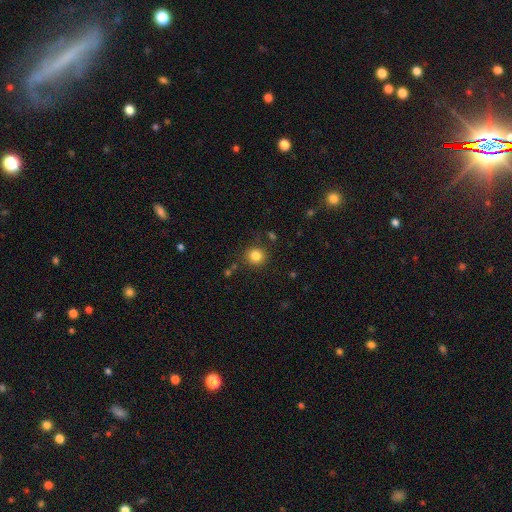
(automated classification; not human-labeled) Smooth or featured? Predicted: smooth (p=0.83). How rounded? Predicted: round (p=0.89). Merging? Predicted: none (p=0.86).